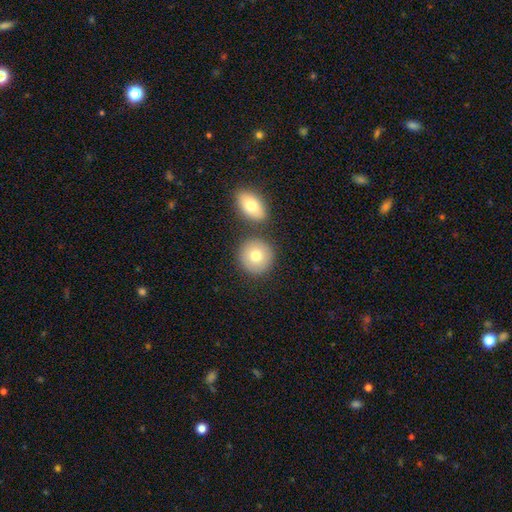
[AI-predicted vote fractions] Smooth or featured? smooth (77%)
How rounded? round (90%)
Merging? none (73%)